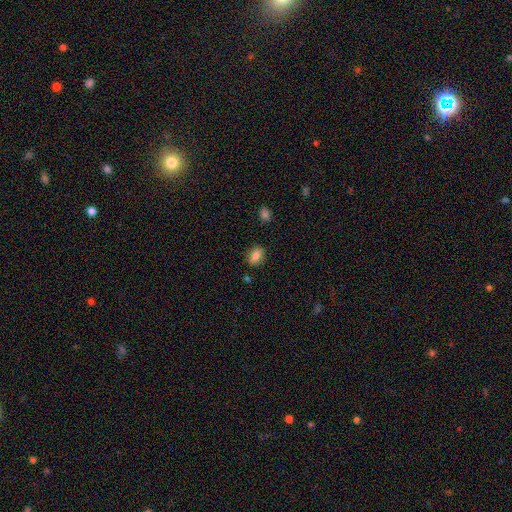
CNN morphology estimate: A smooth galaxy with no disk features (81%) that is in between round and cigar-shaped (76%).

Vote fractions:
- Smooth or featured? smooth: 81% / featured or disk: 11% / star or artifact: 9%
- How rounded? in between: 76% / round: 21% / cigar-shaped: 3%
- Merging? none: 85% / minor disturbance: 10% / major disturbance: 2% / merger: 2%